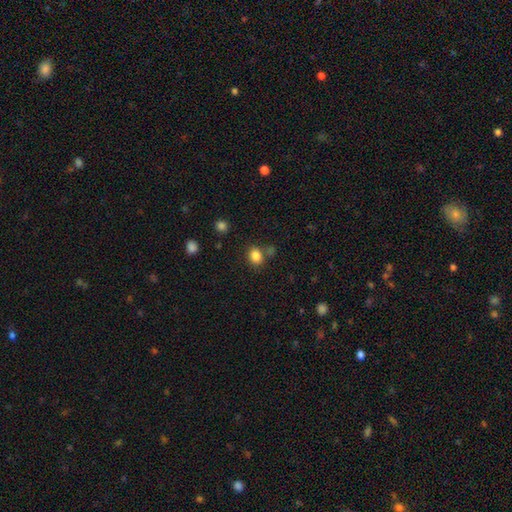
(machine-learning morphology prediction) This is clearly a smooth galaxy (84%). How rounded: possibly round (53%). Merging: likely none (72%).